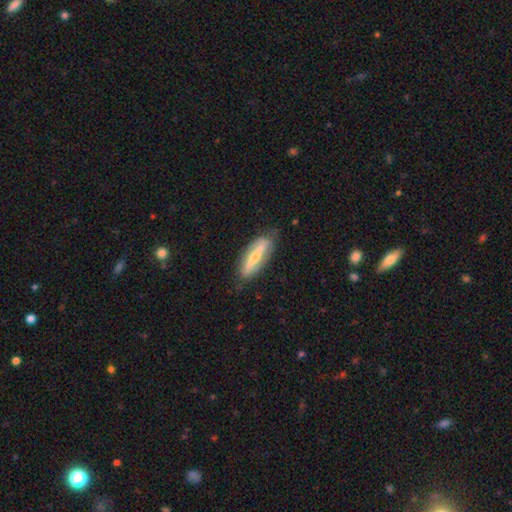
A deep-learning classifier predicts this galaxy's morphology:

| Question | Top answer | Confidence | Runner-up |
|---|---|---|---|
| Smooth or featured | featured or disk | 64% | smooth (30%) |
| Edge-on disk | no | 60% | yes (40%) |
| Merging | none | 80% | minor disturbance (15%) |